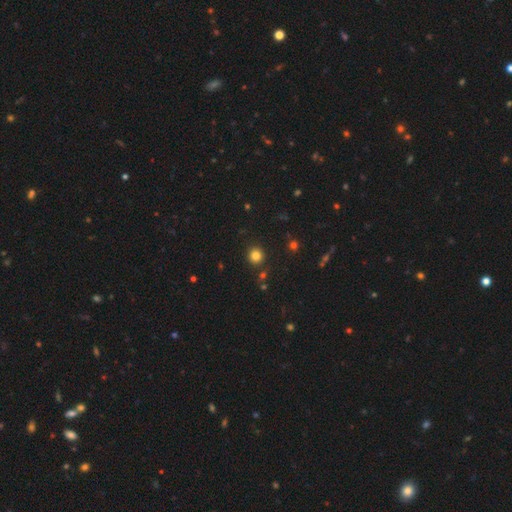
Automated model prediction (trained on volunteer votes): Smooth or featured?
  - smooth: 81% *
  - star or artifact: 14%
  - featured or disk: 5%
How rounded?
  - round: 93% *
  - in between: 6%
  - cigar-shaped: 1%
Merging?
  - none: 89% *
  - minor disturbance: 6%
  - merger: 3%
  - major disturbance: 2%